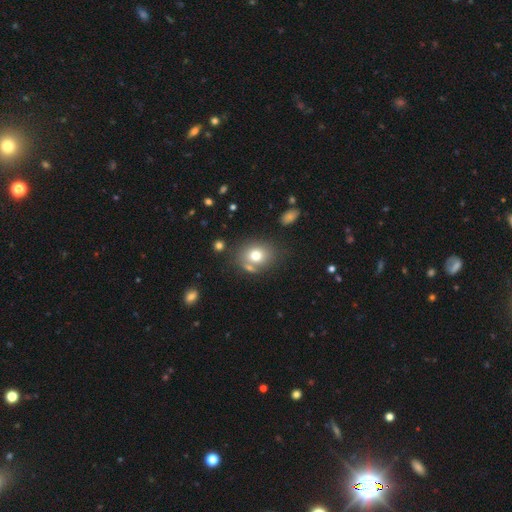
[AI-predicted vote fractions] A smooth galaxy with no disk features (74%) that is round (54%). Merging: none (65%).